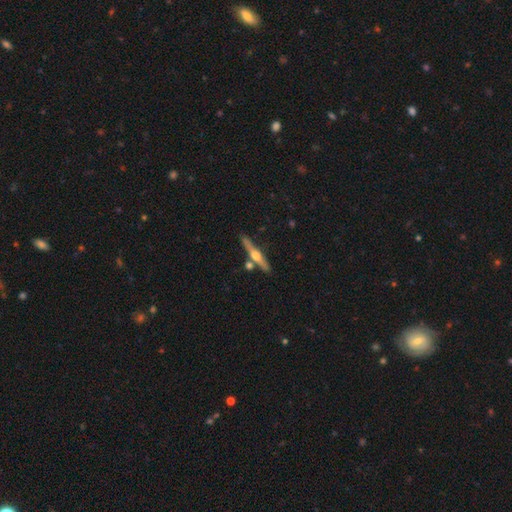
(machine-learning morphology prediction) smooth-or-featured: featured or disk: 70% | smooth: 24% | star or artifact: 6%
  disk-edge-on: yes: 97% | no: 3%
    edge-on-bulge: rounded: 94% | none: 3% | boxy: 3%
  merging: none: 79% | minor disturbance: 9% | merger: 9% | major disturbance: 2%